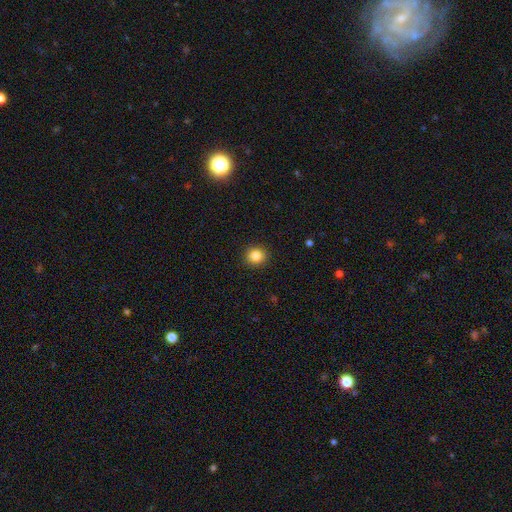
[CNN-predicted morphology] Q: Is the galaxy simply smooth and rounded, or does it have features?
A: smooth — 85%.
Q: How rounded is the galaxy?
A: round — 88%.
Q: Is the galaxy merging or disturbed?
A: none — 91%.